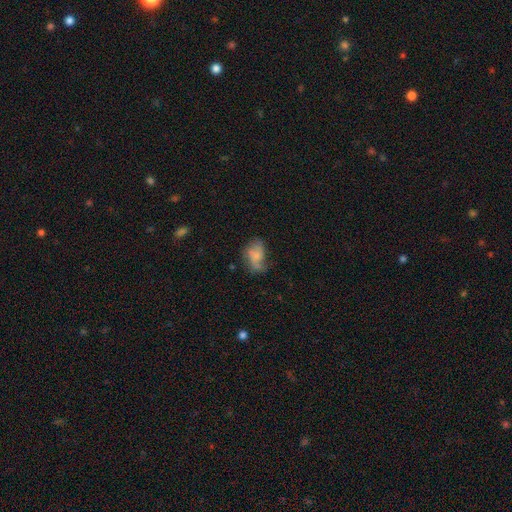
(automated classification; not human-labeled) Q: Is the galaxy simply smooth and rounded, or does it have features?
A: smooth — 51%.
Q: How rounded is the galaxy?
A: in between — 84%.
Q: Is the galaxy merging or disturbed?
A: none — 40%.